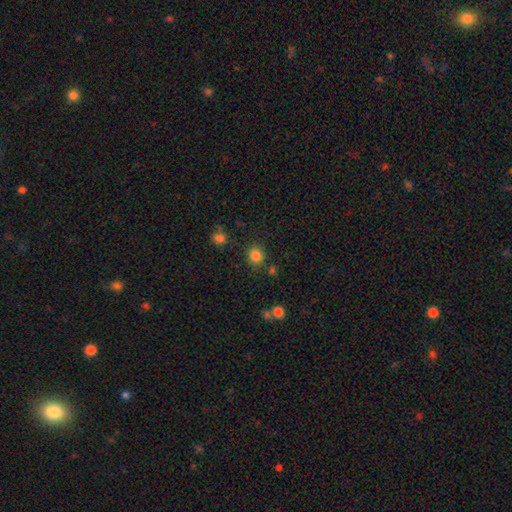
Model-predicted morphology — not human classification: type=smooth (83%); roundness=round (86%); merging=none (84%).